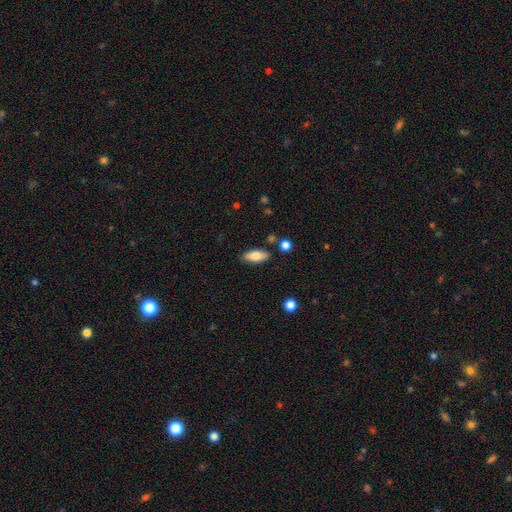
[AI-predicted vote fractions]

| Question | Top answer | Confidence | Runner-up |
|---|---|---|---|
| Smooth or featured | smooth | 77% | featured or disk (17%) |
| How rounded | in between | 80% | cigar-shaped (17%) |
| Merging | none | 84% | minor disturbance (10%) |